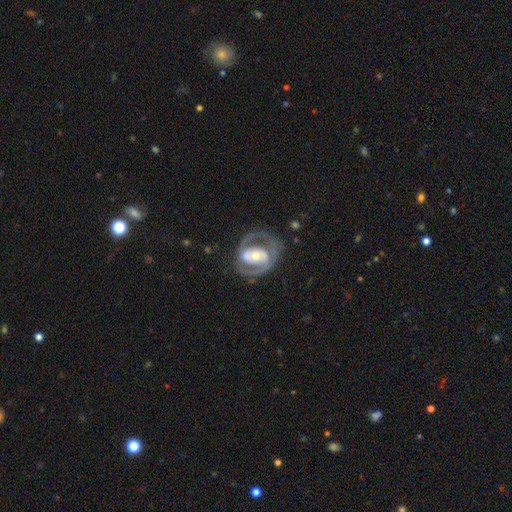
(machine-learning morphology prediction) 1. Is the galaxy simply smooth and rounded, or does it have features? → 86% featured or disk, 9% smooth, 5% star or artifact.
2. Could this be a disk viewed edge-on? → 97% no, 3% yes.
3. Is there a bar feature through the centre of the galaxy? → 44% no, 31% weak, 25% strong.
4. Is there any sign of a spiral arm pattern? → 87% yes, 13% no.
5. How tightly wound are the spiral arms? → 50% medium, 35% tight, 15% loose.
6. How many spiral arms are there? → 83% 2, 6% can't tell, 6% 1, 3% 3, 1% 4, 1% more than 4.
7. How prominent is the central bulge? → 58% moderate, 32% small, 7% large, 1% none, 1% dominant.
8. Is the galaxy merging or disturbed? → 64% none, 16% minor disturbance, 15% major disturbance, 5% merger.